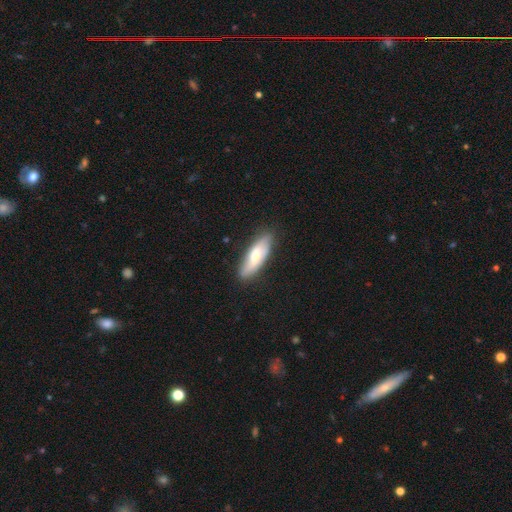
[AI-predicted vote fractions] smooth 58%, featured or disk 36%, star or artifact 6%. Down the decision tree: how rounded — in between (55%); merging — none (81%).